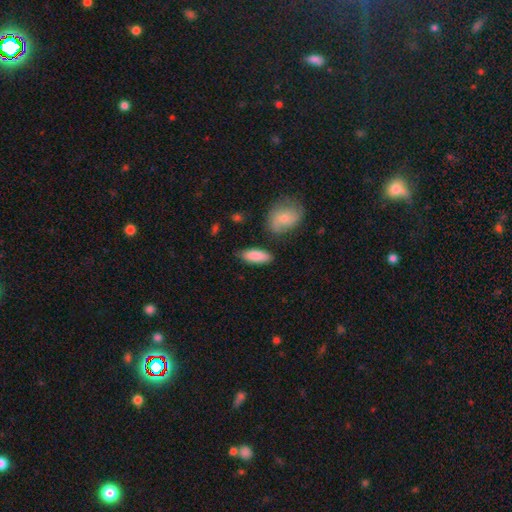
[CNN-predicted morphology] smooth 87%, featured or disk 8%, star or artifact 6%. Down the decision tree: how rounded — in between (77%); merging — none (77%).